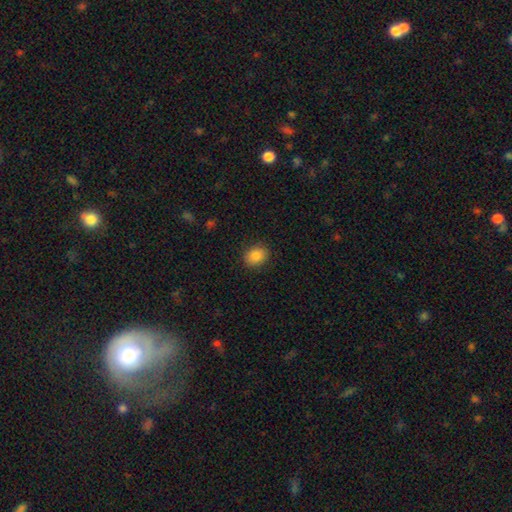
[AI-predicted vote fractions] Morphology: type=smooth (87%); roundness=round (50%); merging=none (88%).